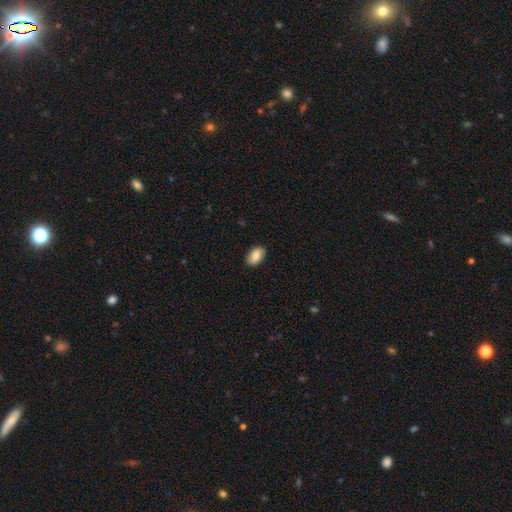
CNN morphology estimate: Smooth or featured: smooth — 78% (featured or disk — 15%)
How rounded: in between — 90% (round — 8%)
Merging: none — 87% (minor disturbance — 10%)